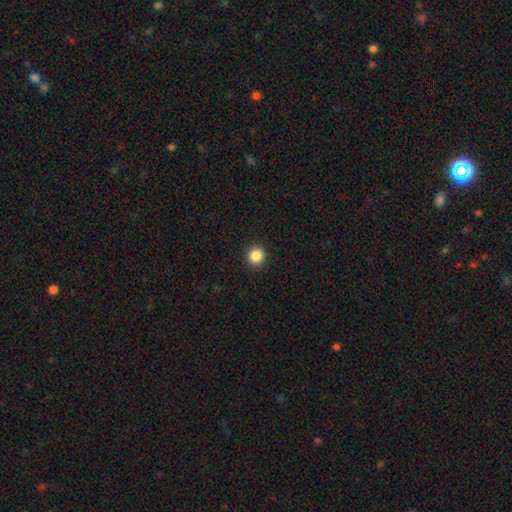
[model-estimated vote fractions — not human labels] Smooth or featured? smooth (87%)
How rounded? round (93%)
Merging? none (92%)